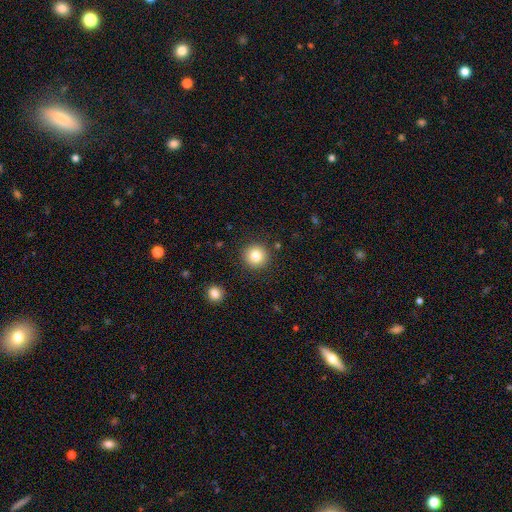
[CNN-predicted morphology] This is clearly a smooth galaxy (81%). How rounded: clearly round (95%). Merging: clearly none (90%).